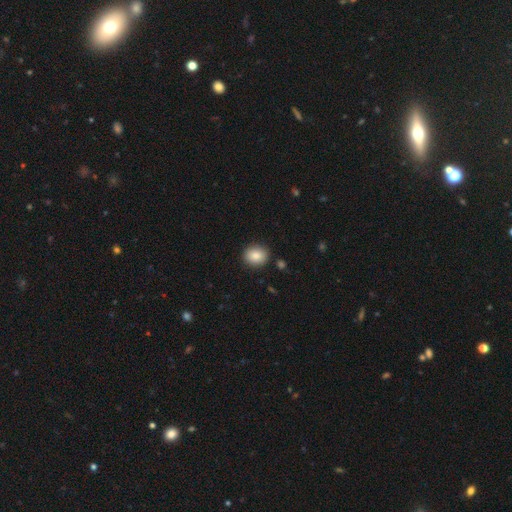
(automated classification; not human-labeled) Smooth or featured? smooth (86%)
How rounded? round (65%)
Merging? none (89%)